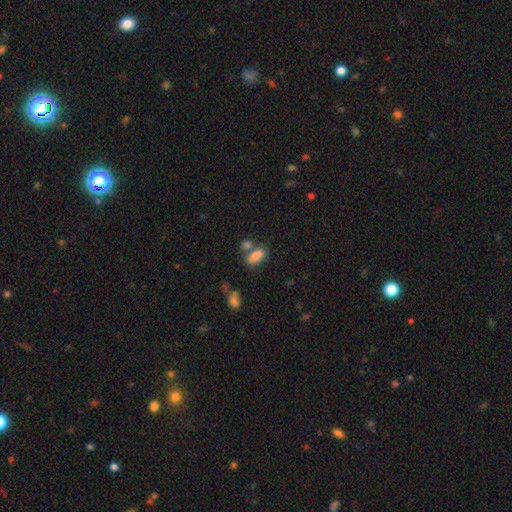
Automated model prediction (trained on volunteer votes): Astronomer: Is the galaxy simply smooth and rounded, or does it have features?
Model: smooth — 83%.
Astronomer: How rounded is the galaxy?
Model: in between — 81%.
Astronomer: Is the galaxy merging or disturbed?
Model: none — 53%.